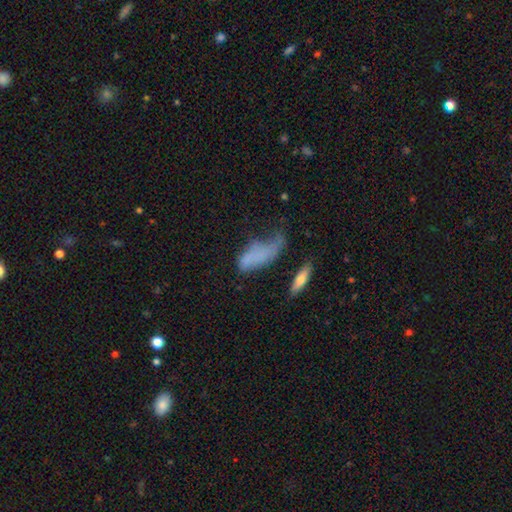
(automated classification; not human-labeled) Morphology: type=smooth (63%); roundness=in between (82%); merging=major disturbance (40%).